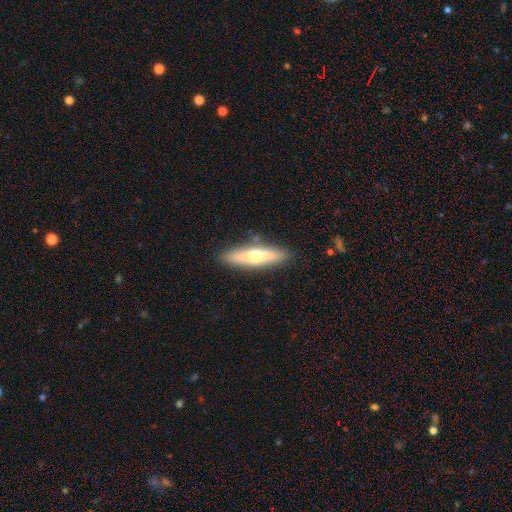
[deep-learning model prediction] Morphology: type=smooth (52%); roundness=cigar-shaped (76%); merging=none (87%).